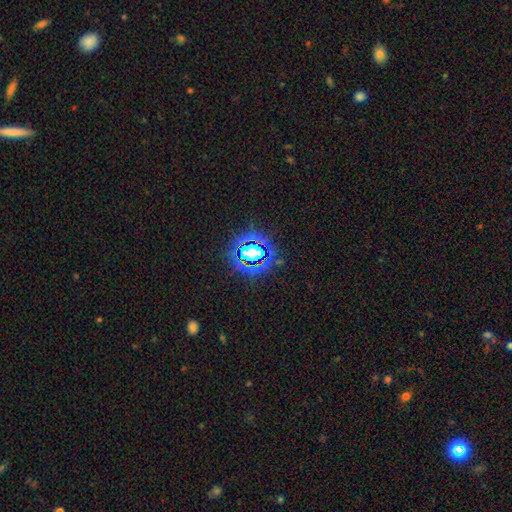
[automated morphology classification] type=star or artifact (65%).